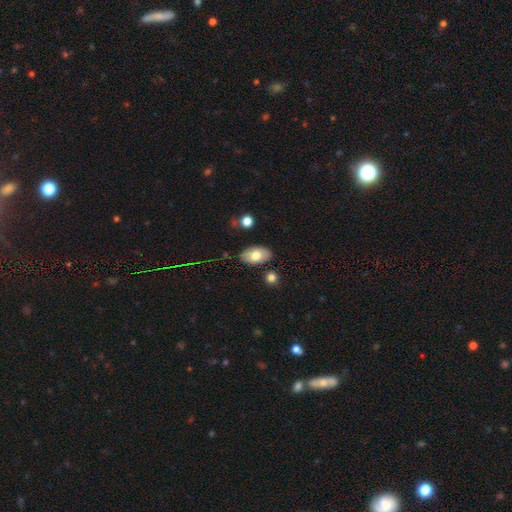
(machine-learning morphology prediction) A smooth galaxy with no disk features (70%) that is in between round and cigar-shaped (93%).

Vote fractions:
- Smooth or featured? smooth: 70% / featured or disk: 23% / star or artifact: 7%
- How rounded? in between: 93% / round: 6% / cigar-shaped: 2%
- Merging? none: 83% / minor disturbance: 11% / merger: 4% / major disturbance: 2%